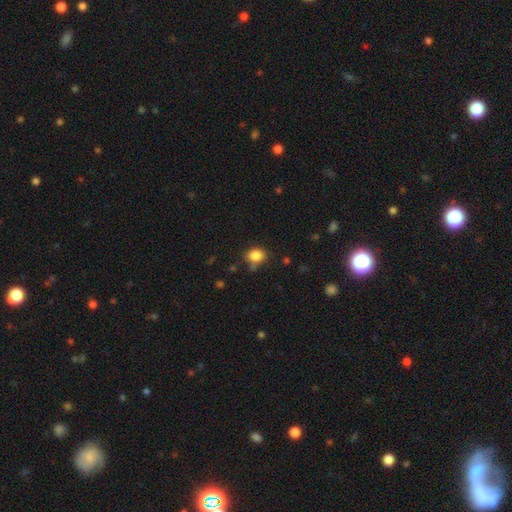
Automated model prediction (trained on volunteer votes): The model was most divided on "how rounded": round: 56%, in between: 43%, cigar-shaped: 1%. More confident: smooth or featured — smooth (84%); merging — none (69%).